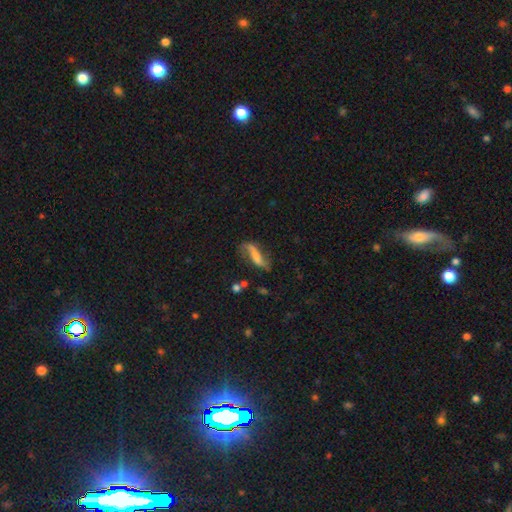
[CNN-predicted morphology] Smooth or featured? Predicted: featured or disk (p=0.53). Edge-on disk? Predicted: no (p=0.82). Merging? Predicted: none (p=0.51).